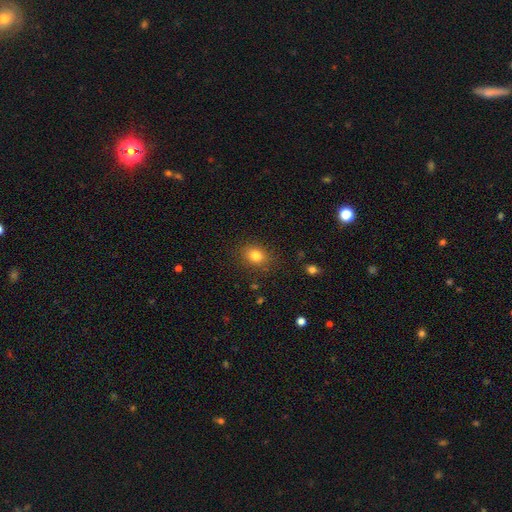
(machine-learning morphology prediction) Smooth or featured? Predicted: smooth (p=0.81). How rounded? Predicted: in between (p=0.51). Merging? Predicted: none (p=0.86).